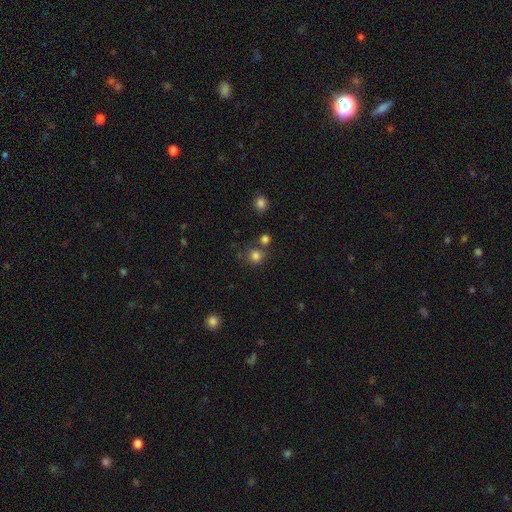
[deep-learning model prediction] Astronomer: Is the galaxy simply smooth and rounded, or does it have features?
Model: smooth — 80%.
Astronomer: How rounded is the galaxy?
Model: round — 88%.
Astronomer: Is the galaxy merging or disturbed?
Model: none — 69%.